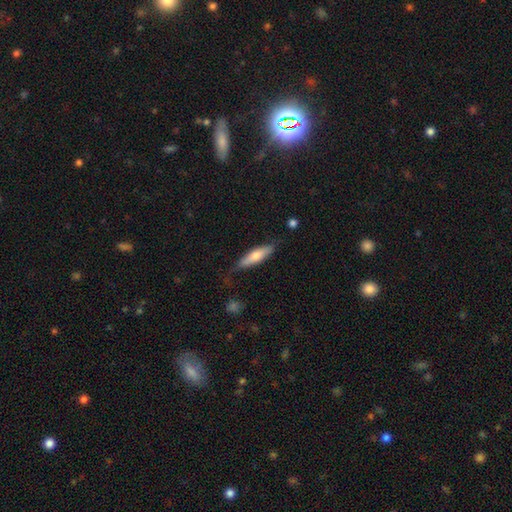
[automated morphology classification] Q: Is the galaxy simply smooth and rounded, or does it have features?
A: smooth — 68%.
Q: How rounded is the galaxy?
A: cigar-shaped — 62%.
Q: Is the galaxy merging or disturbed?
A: none — 64%.